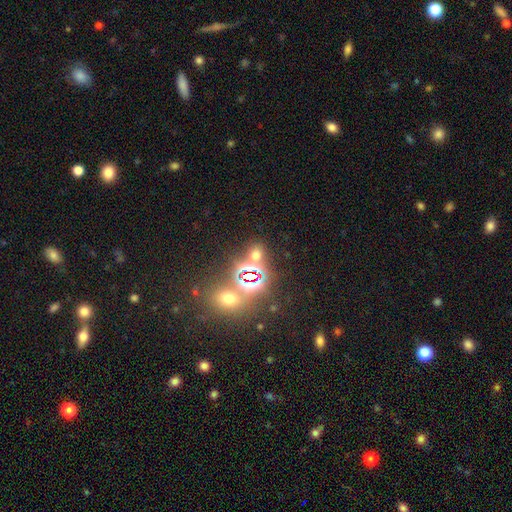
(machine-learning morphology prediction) Smooth or featured? Predicted: star or artifact (p=0.48).